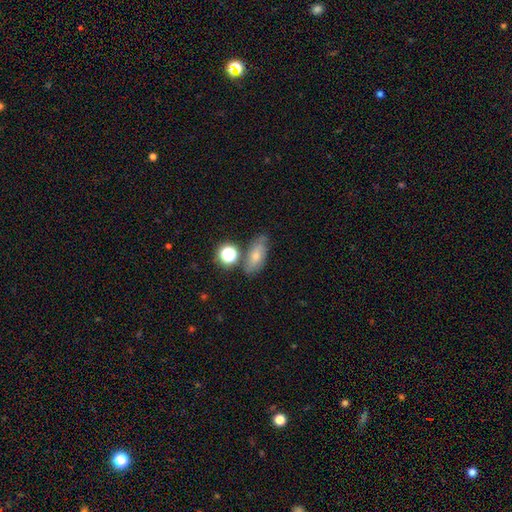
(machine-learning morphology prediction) type=smooth (64%); roundness=in between (75%); merging=none (63%).